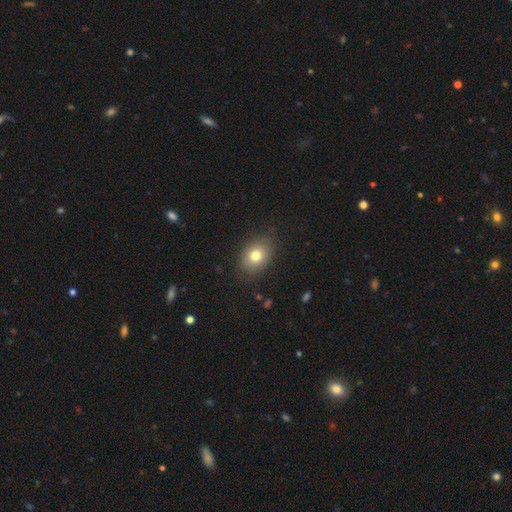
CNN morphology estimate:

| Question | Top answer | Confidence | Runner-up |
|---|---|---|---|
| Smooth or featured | smooth | 77% | featured or disk (13%) |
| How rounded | in between | 68% | round (31%) |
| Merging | none | 83% | minor disturbance (13%) |